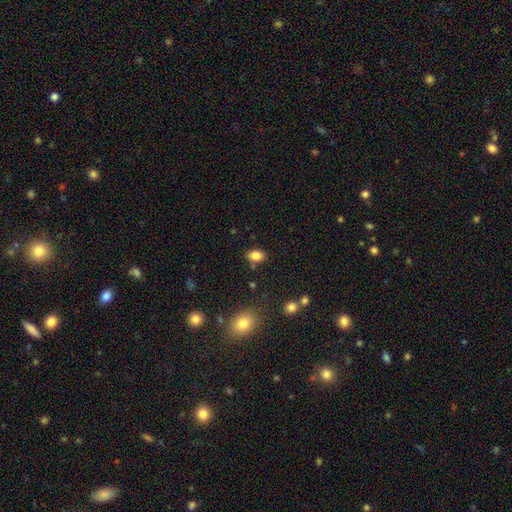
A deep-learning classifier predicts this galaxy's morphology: smooth 83%, star or artifact 10%, featured or disk 7%. Down the decision tree: how rounded — in between (82%); merging — none (78%).